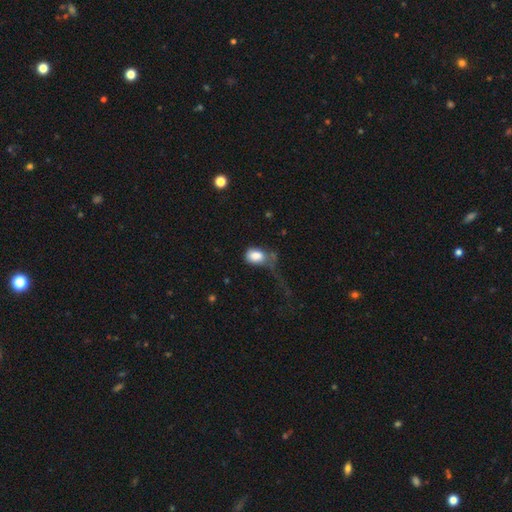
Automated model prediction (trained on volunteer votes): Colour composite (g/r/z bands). It shows a smooth galaxy with no disk features (82%) that is in between round and cigar-shaped (78%). Merging: major disturbance (43%).